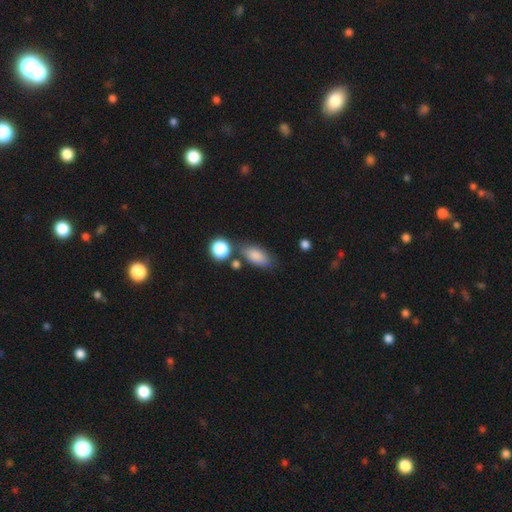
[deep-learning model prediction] This appears to be a smooth galaxy with no disk features (82%) that is in between round and cigar-shaped (86%). Merging: none (66%).